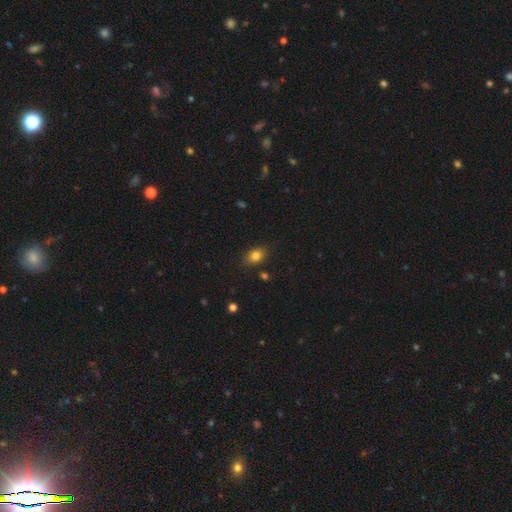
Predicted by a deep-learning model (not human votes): A smooth galaxy with no disk features (82%) that is in between round and cigar-shaped (64%).

Vote fractions:
- Smooth or featured? smooth: 82% / star or artifact: 11% / featured or disk: 7%
- How rounded? in between: 64% / round: 34% / cigar-shaped: 1%
- Merging? none: 83% / minor disturbance: 12% / major disturbance: 3% / merger: 2%